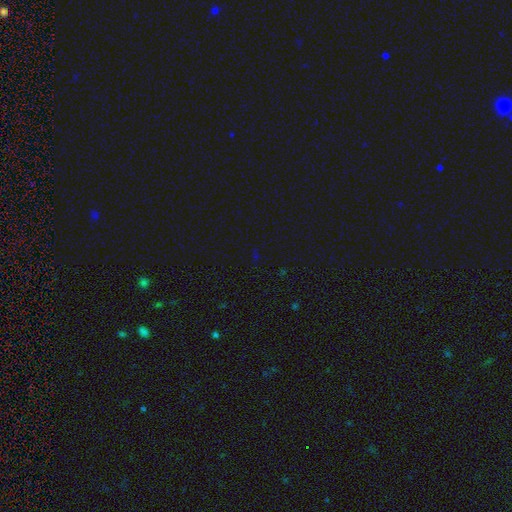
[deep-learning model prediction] Q: Smooth or featured?
A: star or artifact (70%); runner-up: smooth (22%)